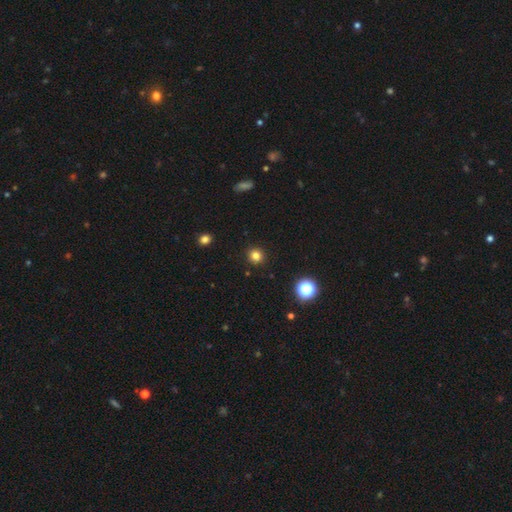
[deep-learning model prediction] Smooth or featured? smooth (81%)
How rounded? round (92%)
Merging? none (92%)